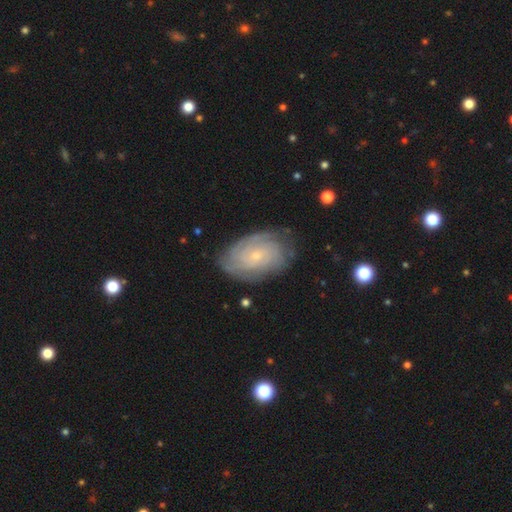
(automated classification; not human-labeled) Smooth or featured: featured or disk — 75% (smooth — 18%)
Edge-on disk: no — 96% (yes — 4%)
Bar: no — 76% (weak — 20%)
Spiral arms: yes — 92% (no — 8%)
Spiral winding: tight — 73% (medium — 21%)
Spiral arm count: can't tell — 47% (2 — 16%)
Bulge size: small — 81% (moderate — 14%)
Merging: none — 76% (minor disturbance — 18%)